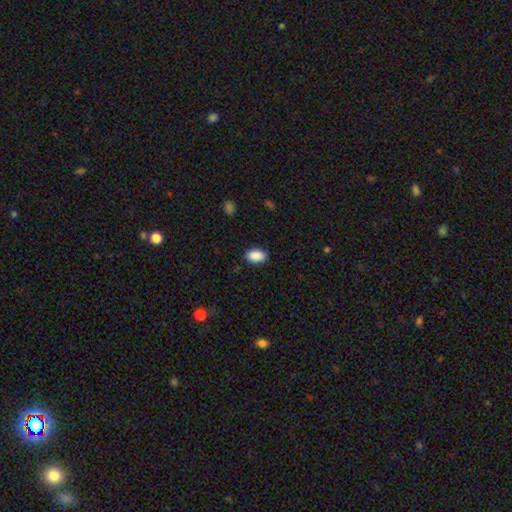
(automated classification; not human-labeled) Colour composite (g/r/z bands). It shows a smooth galaxy with no disk features (90%) that is in between round and cigar-shaped (92%). Merging: none (87%).